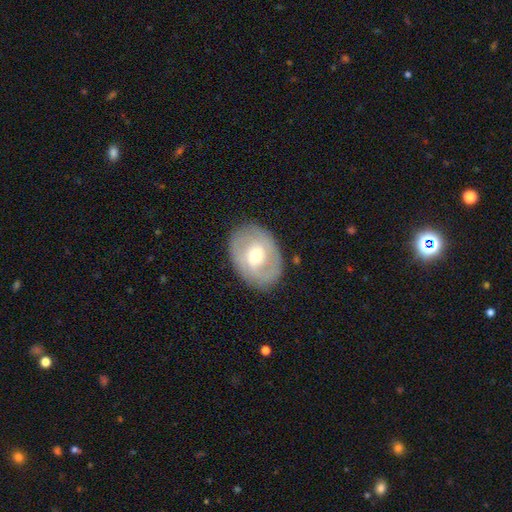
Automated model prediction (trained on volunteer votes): A featured or disk galaxy (61%) with no bar (45%), spiral arms (66%) and a moderate central bulge (68%). Merging: none (83%).